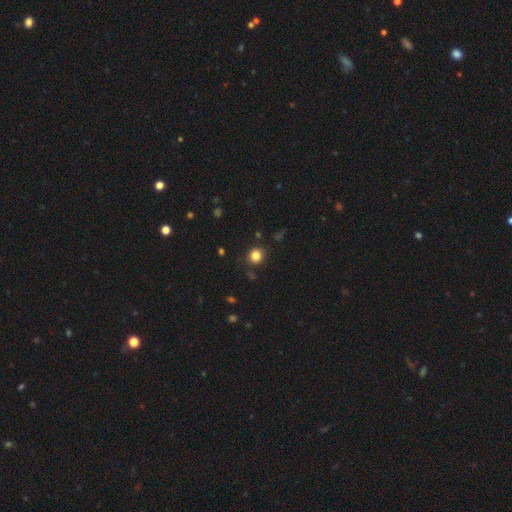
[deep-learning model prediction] Q: Smooth or featured?
A: smooth (83%); runner-up: star or artifact (12%)
Q: How rounded?
A: round (86%); runner-up: in between (13%)
Q: Merging?
A: none (87%); runner-up: minor disturbance (8%)